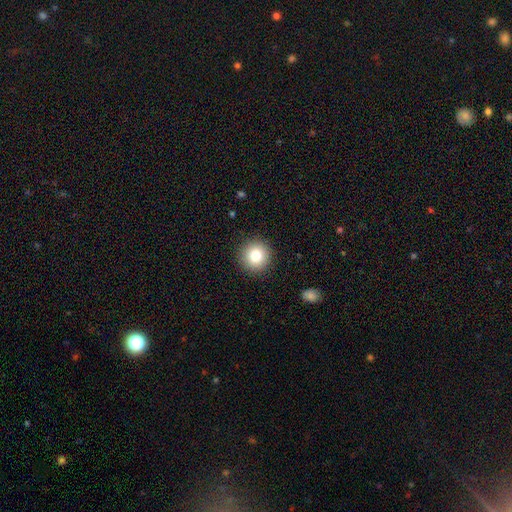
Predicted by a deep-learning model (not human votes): Smooth or featured? Predicted: smooth (p=0.82). How rounded? Predicted: round (p=0.94). Merging? Predicted: none (p=0.91).